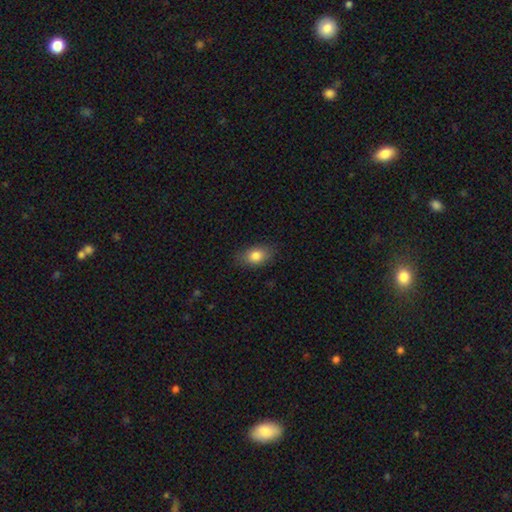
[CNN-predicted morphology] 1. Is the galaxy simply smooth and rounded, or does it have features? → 83% smooth, 9% featured or disk, 8% star or artifact.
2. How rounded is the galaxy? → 83% in between, 15% round, 2% cigar-shaped.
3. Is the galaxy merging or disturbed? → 83% none, 13% minor disturbance, 3% major disturbance, 1% merger.